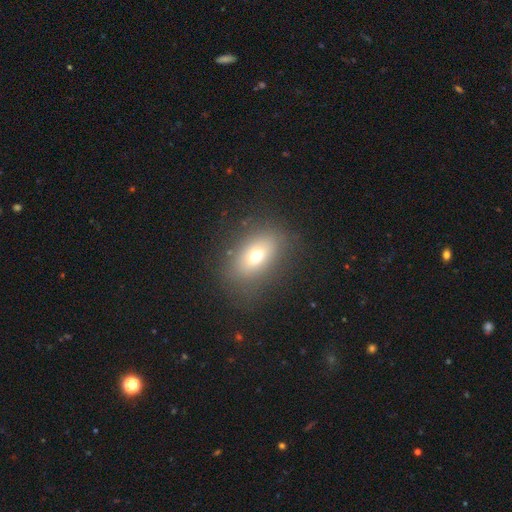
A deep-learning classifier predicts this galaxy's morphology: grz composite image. It shows a smooth galaxy with no disk features (67%) that is in between round and cigar-shaped (79%). Merging: none (79%).